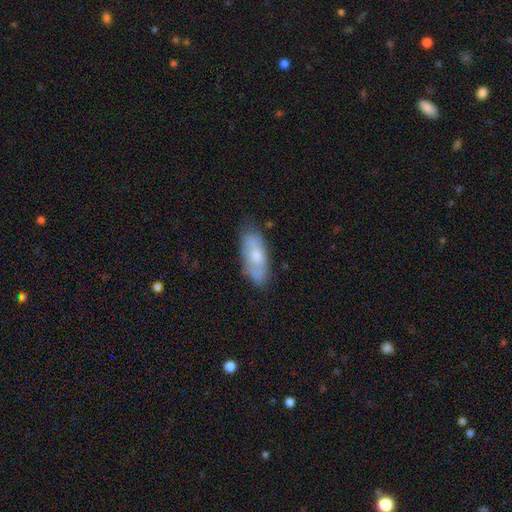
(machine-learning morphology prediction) Q: Smooth or featured?
A: smooth (54%); runner-up: featured or disk (39%)
Q: How rounded?
A: in between (78%); runner-up: cigar-shaped (19%)
Q: Merging?
A: none (69%); runner-up: minor disturbance (24%)